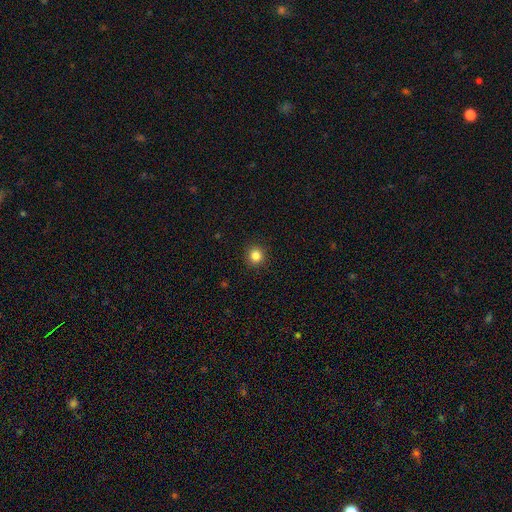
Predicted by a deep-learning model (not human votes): A smooth galaxy with no disk features (84%) that is round (93%).

Vote fractions:
- Smooth or featured? smooth: 84% / star or artifact: 12% / featured or disk: 4%
- How rounded? round: 93% / in between: 6% / cigar-shaped: 1%
- Merging? none: 92% / minor disturbance: 5% / major disturbance: 2% / merger: 1%